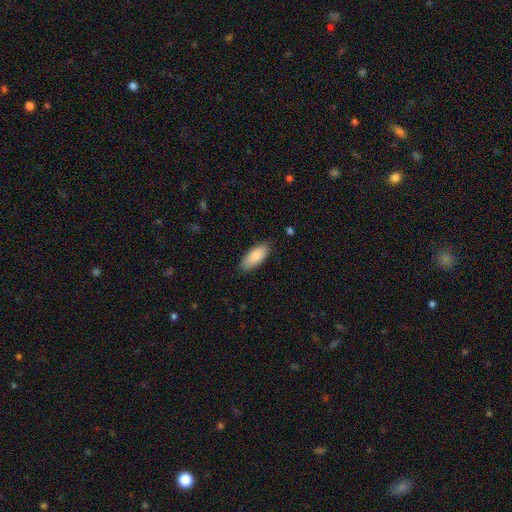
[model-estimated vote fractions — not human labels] A smooth galaxy with no disk features (88%) that is in between round and cigar-shaped (84%). Merging: none (85%).